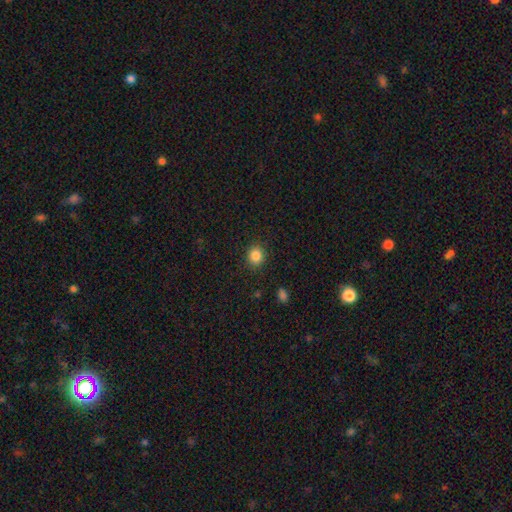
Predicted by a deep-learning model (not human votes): Smooth or featured?
  - smooth: 85% *
  - star or artifact: 11%
  - featured or disk: 4%
How rounded?
  - round: 76% *
  - in between: 23%
  - cigar-shaped: 1%
Merging?
  - none: 89% *
  - minor disturbance: 7%
  - major disturbance: 2%
  - merger: 1%